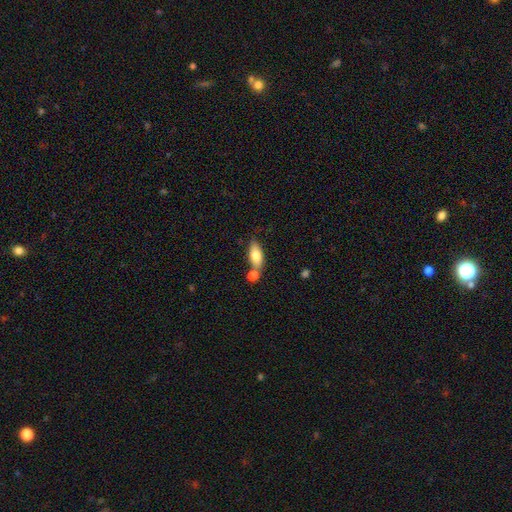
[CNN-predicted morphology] type=smooth (76%); roundness=in between (80%); merging=none (56%).